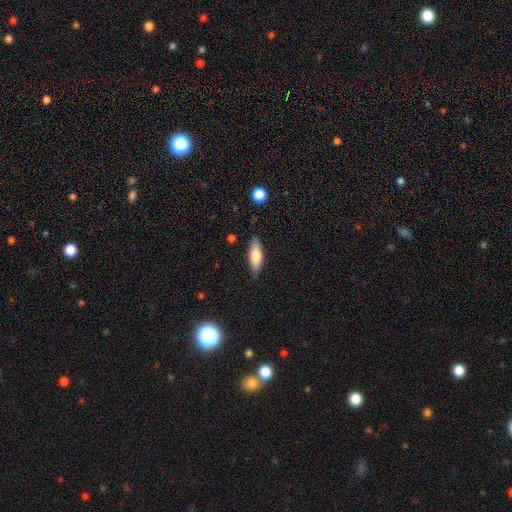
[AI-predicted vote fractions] smooth 77%, featured or disk 16%, star or artifact 7%. Down the decision tree: how rounded — in between (66%); merging — none (81%).